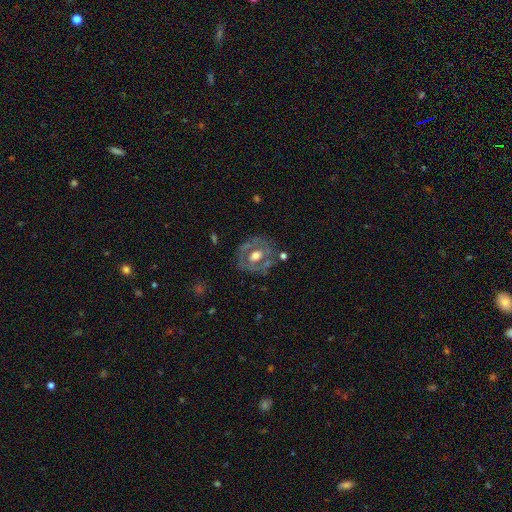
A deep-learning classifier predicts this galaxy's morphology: This is likely a featured or disk galaxy (62%). It is clearly not viewed edge-on (95%). Bar: likely no (72%). Spiral arm pattern: likely no (76%). Central bulge: likely moderate (64%). Merging: likely none (69%).